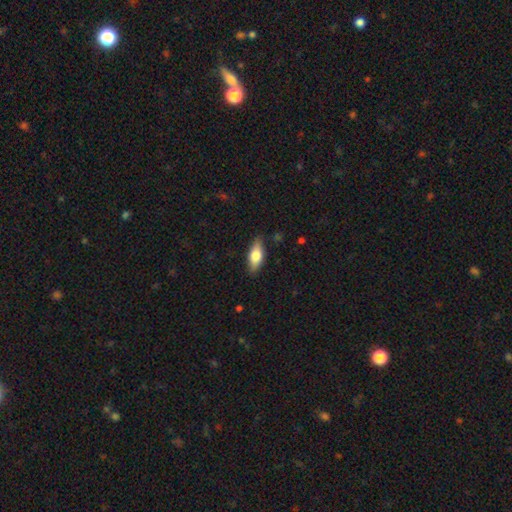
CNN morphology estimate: Smooth or featured: smooth — 65% (featured or disk — 29%)
How rounded: in between — 76% (cigar-shaped — 21%)
Merging: none — 84% (minor disturbance — 12%)